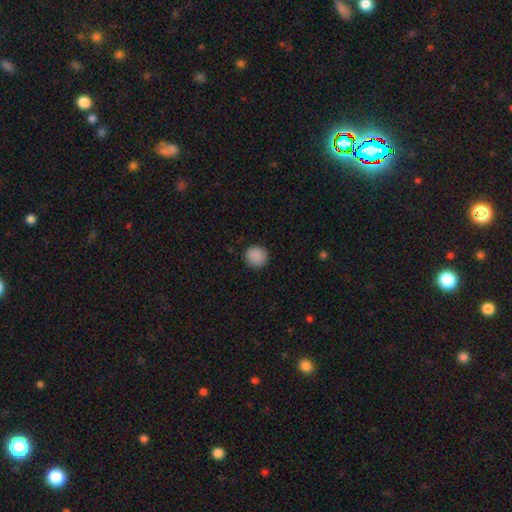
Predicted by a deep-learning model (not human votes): A smooth galaxy with no disk features (89%) that is round (94%). Merging: none (91%).